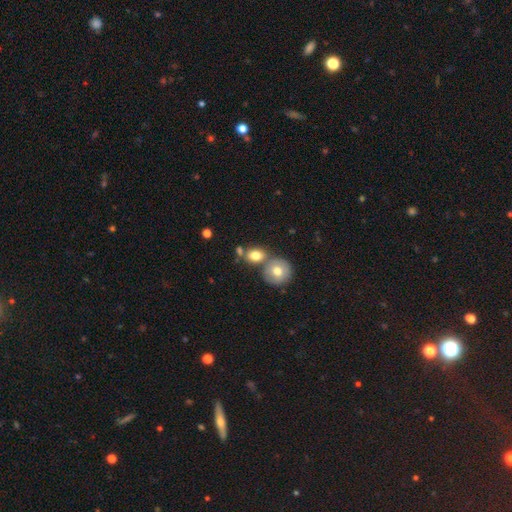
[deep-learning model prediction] Smooth or featured? Predicted: smooth (p=0.78). How rounded? Predicted: in between (p=0.50). Merging? Predicted: none (p=0.46).